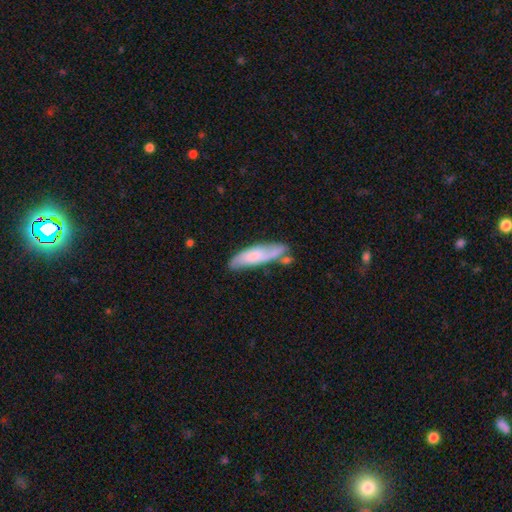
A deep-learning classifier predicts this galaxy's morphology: smooth 57%, featured or disk 37%, star or artifact 6%. Down the decision tree: how rounded — cigar-shaped (63%); merging — none (56%).